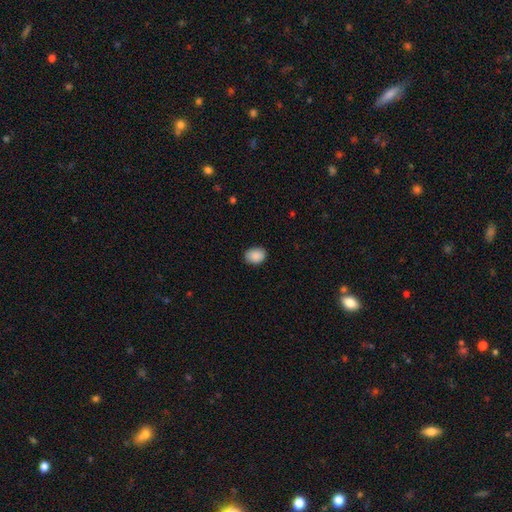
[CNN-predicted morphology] A smooth galaxy with no disk features (89%) that is in between round and cigar-shaped (62%). Merging: none (86%).